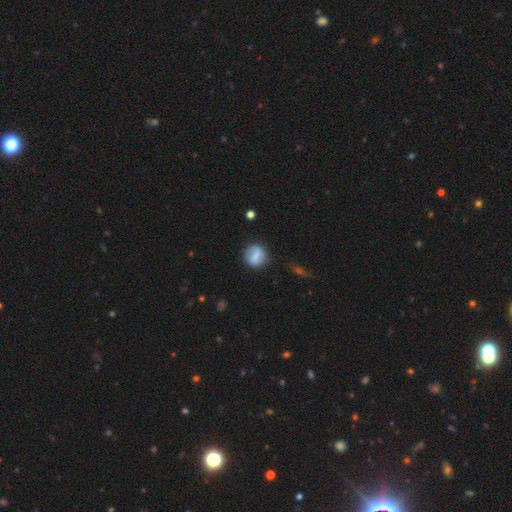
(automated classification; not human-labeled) Smooth or featured: smooth — 60% (featured or disk — 32%)
How rounded: round — 82% (in between — 16%)
Merging: none — 81% (minor disturbance — 13%)